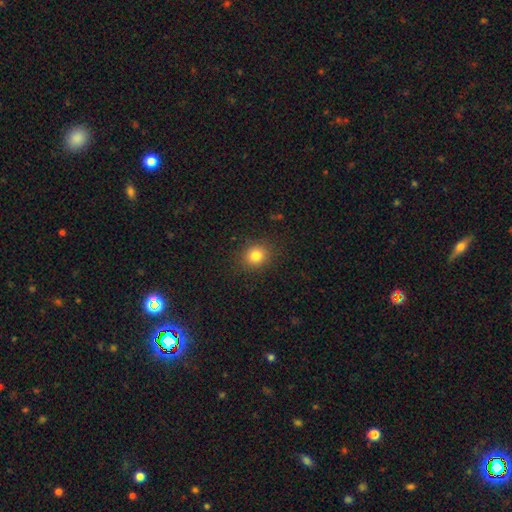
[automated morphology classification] Smooth or featured: smooth — 82% (star or artifact — 12%)
How rounded: round — 78% (in between — 21%)
Merging: none — 88% (minor disturbance — 8%)